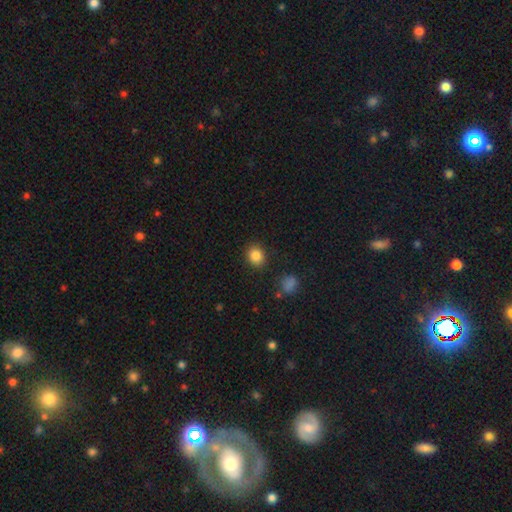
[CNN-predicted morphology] A smooth galaxy with no disk features (86%) that is round (69%). Merging: none (88%).